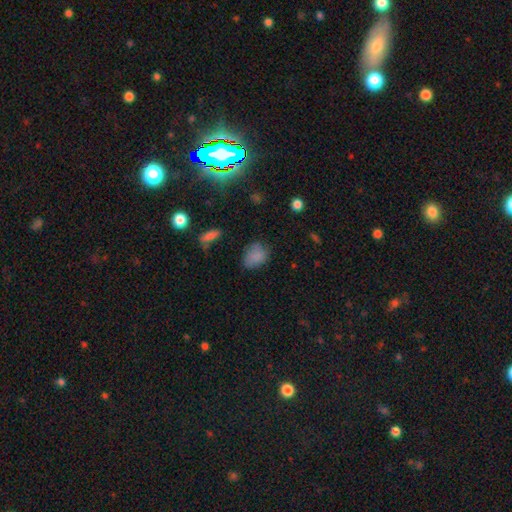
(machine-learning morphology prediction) A smooth galaxy with no disk features (81%) that is in between round and cigar-shaped (71%).

Vote fractions:
- Smooth or featured? smooth: 81% / star or artifact: 11% / featured or disk: 8%
- How rounded? in between: 71% / round: 28% / cigar-shaped: 1%
- Merging? none: 65% / minor disturbance: 24% / major disturbance: 8% / merger: 3%